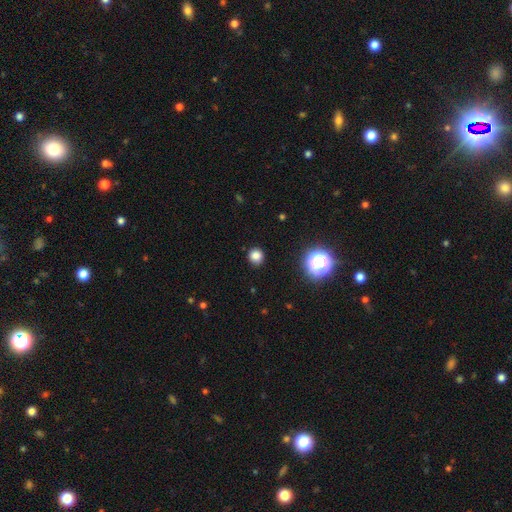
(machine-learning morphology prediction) This appears to be a smooth galaxy with no disk features (81%) that is round (89%). Merging: none (89%).